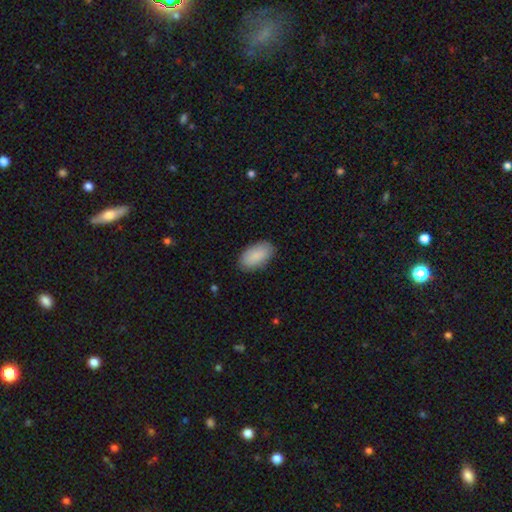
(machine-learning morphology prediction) smooth 90%, star or artifact 6%, featured or disk 5%. Down the decision tree: how rounded — in between (95%); merging — none (85%).